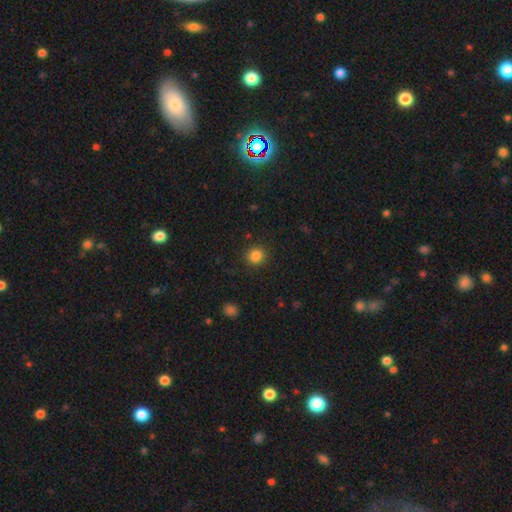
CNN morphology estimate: smooth_or_featured: smooth (p=0.84) [alt: star or artifact p=0.12]
how_rounded: round (p=0.81) [alt: in between p=0.18]
merging: none (p=0.86) [alt: minor disturbance p=0.09]